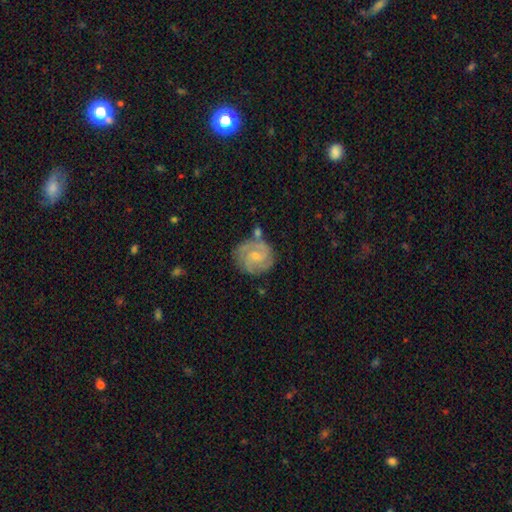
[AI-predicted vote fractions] Smooth or featured? Predicted: featured or disk (p=0.78). Edge-on disk? Predicted: no (p=0.98). Bar? Predicted: no (p=0.54). Spiral arms? Predicted: yes (p=0.95). Spiral winding? Predicted: tight (p=0.56). Spiral arm count? Predicted: 3 (p=0.35). Bulge size? Predicted: small (p=0.62). Merging? Predicted: none (p=0.66).